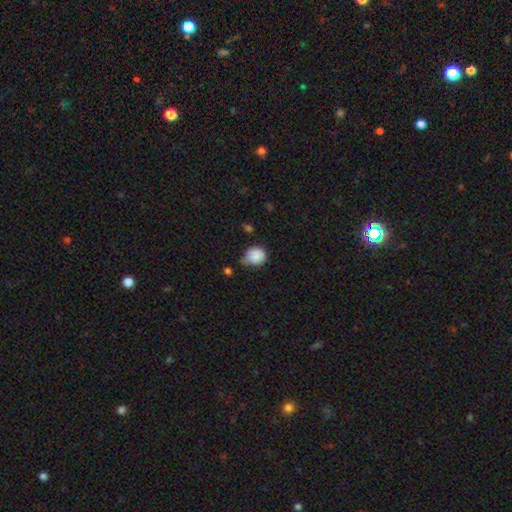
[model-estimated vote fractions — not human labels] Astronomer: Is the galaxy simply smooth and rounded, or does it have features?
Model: smooth — 86%.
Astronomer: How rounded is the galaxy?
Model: round — 71%.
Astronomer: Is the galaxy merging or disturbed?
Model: minor disturbance — 44% (runner-up: none, 41%).